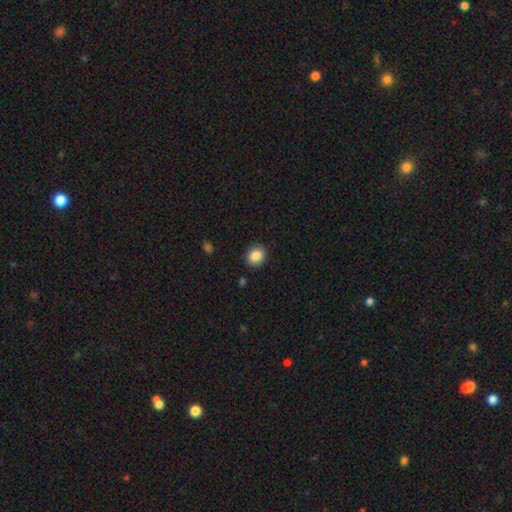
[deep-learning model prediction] smooth_or_featured: smooth (p=0.86) [alt: star or artifact p=0.09]
how_rounded: round (p=0.68) [alt: in between p=0.31]
merging: none (p=0.89) [alt: minor disturbance p=0.08]